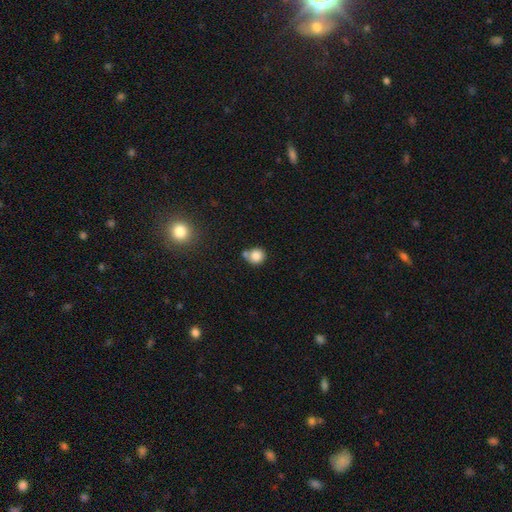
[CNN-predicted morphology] smooth 84%, star or artifact 10%, featured or disk 6%. Down the decision tree: how rounded — round (87%); merging — none (55%).